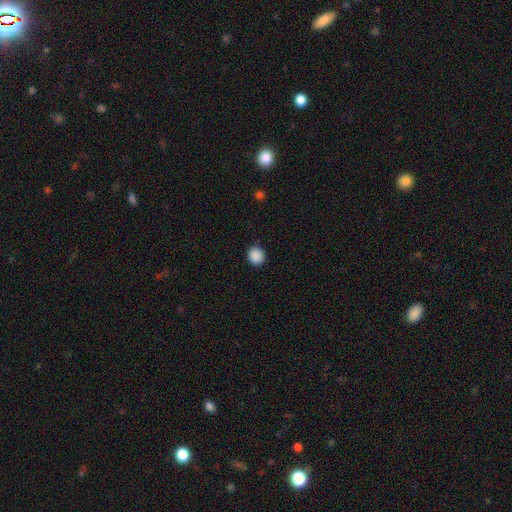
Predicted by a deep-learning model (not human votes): smooth 89%, star or artifact 9%, featured or disk 2%. Down the decision tree: how rounded — round (86%); merging — none (90%).